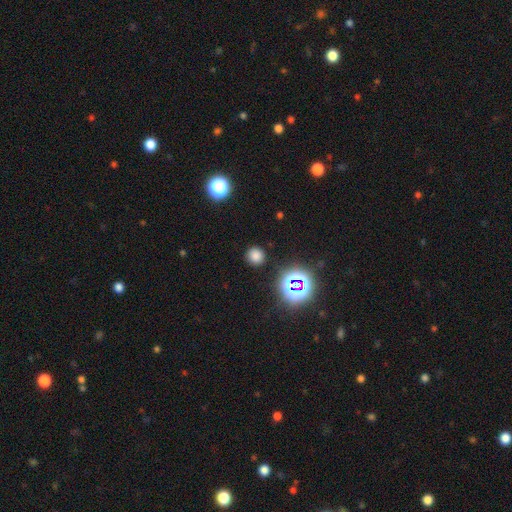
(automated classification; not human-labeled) Smooth or featured? smooth (73%)
How rounded? round (90%)
Merging? none (89%)